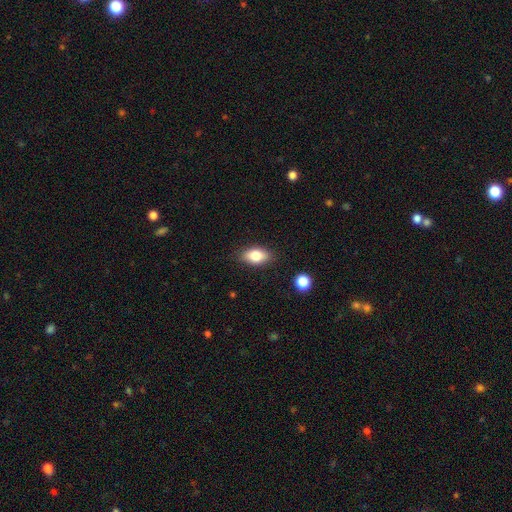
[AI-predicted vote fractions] This appears to be a smooth galaxy with no disk features (79%) that is in between round and cigar-shaped (87%). Merging: none (85%).